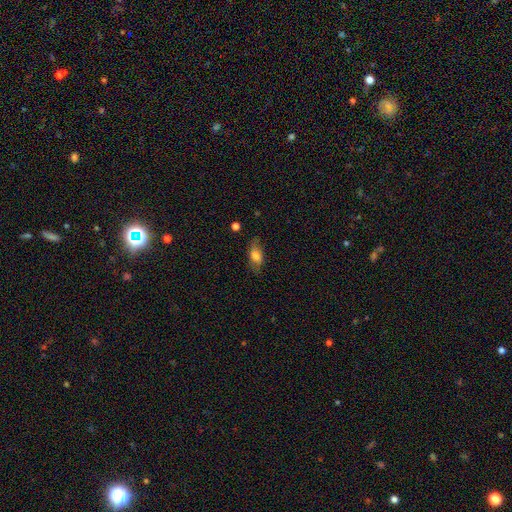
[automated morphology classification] Q: Smooth or featured?
A: smooth (69%); runner-up: featured or disk (23%)
Q: How rounded?
A: in between (80%); runner-up: cigar-shaped (12%)
Q: Merging?
A: none (75%); runner-up: minor disturbance (18%)